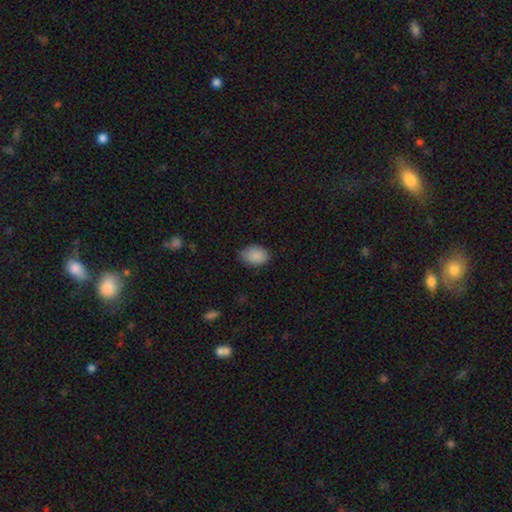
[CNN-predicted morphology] Overall: smooth (89%). How rounded: in between (79%). Merging: none (77%).